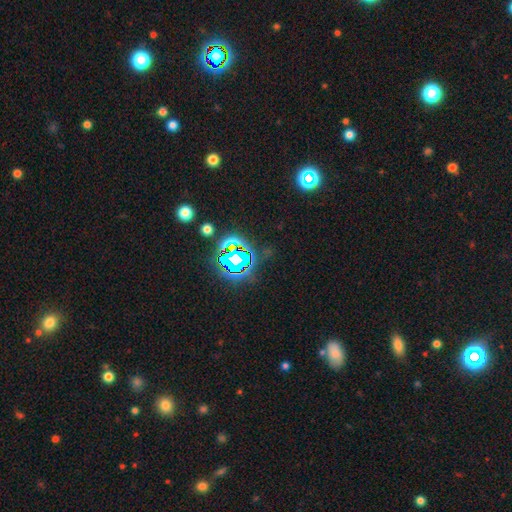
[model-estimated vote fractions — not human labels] A star or artifact, not a galaxy (80%).

Vote fractions:
- Smooth or featured? star or artifact: 80% / smooth: 13% / featured or disk: 8%